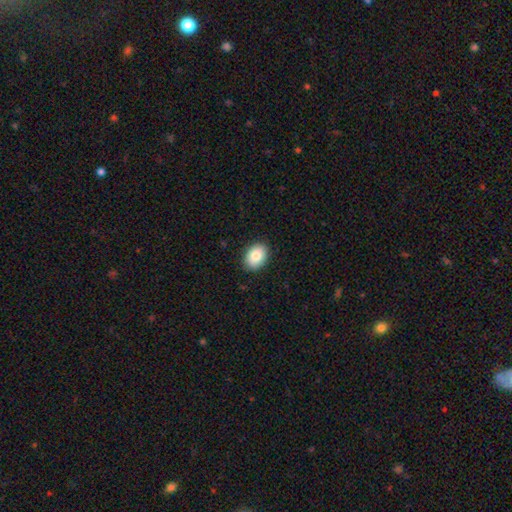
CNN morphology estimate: Smooth or featured: smooth — 86% (star or artifact — 7%)
How rounded: in between — 78% (round — 22%)
Merging: none — 89% (minor disturbance — 8%)